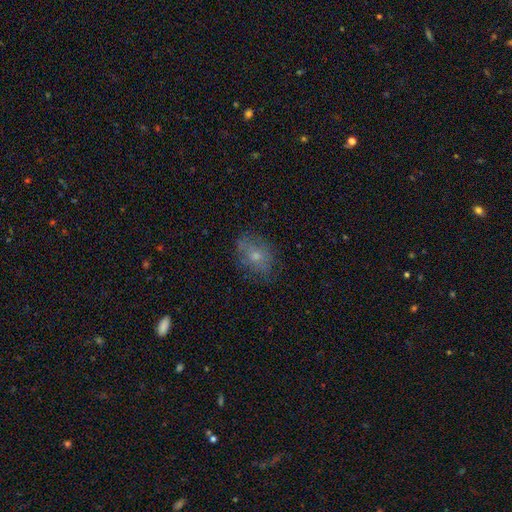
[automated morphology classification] smooth 57%, featured or disk 31%, star or artifact 11%. Down the decision tree: how rounded — in between (68%); merging — none (68%).